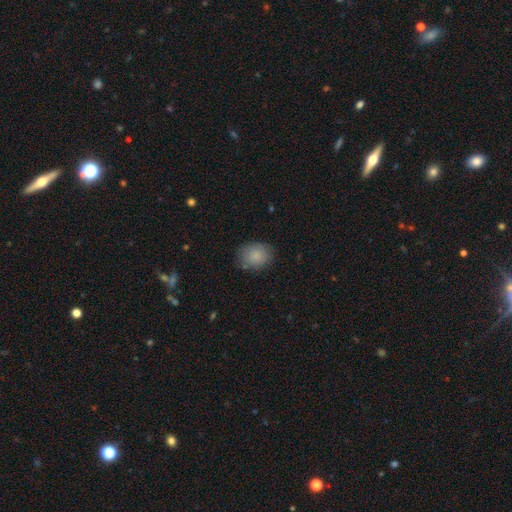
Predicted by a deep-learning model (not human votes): Overall: smooth (86%). How rounded: in between (53%; round 47%). Merging: none (78%).